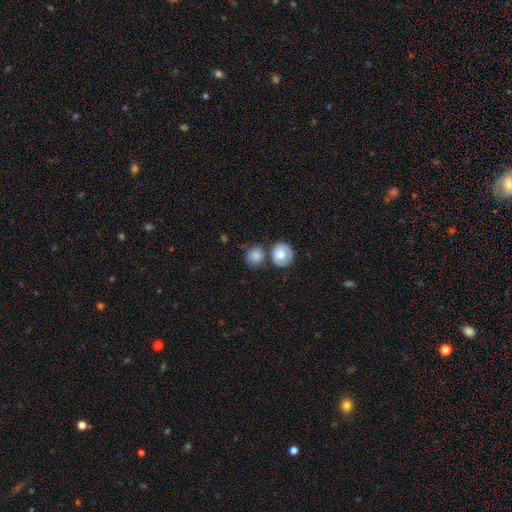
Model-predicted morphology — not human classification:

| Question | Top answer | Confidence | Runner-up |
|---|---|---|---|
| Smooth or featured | smooth | 83% | featured or disk (9%) |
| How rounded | round | 83% | in between (16%) |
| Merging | none | 58% | merger (24%) |